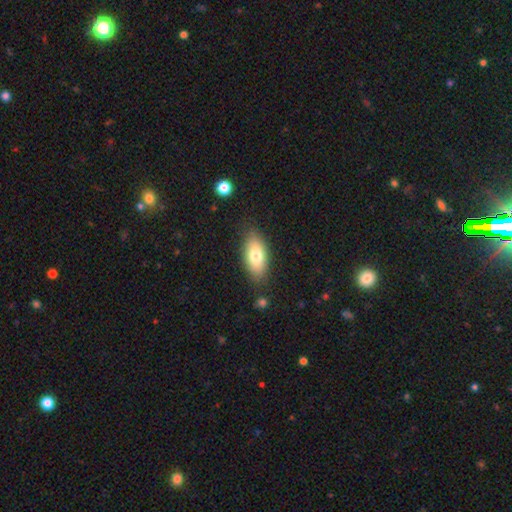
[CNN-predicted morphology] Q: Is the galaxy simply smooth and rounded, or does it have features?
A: smooth — 76%.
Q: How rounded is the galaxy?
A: in between — 89%.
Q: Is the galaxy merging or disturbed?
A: none — 81%.